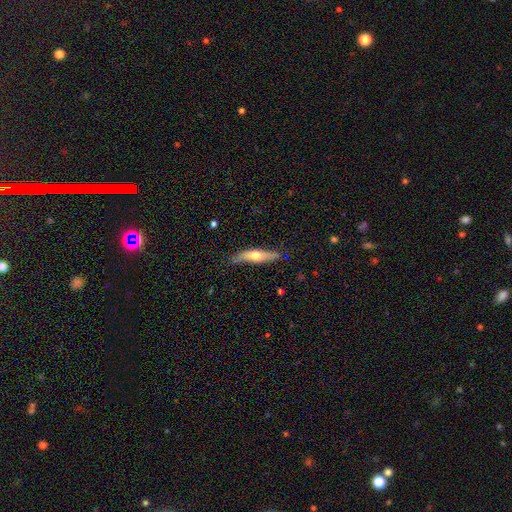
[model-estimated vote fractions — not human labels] Overall: featured or disk (48%; smooth 47%). Merging: none (76%).